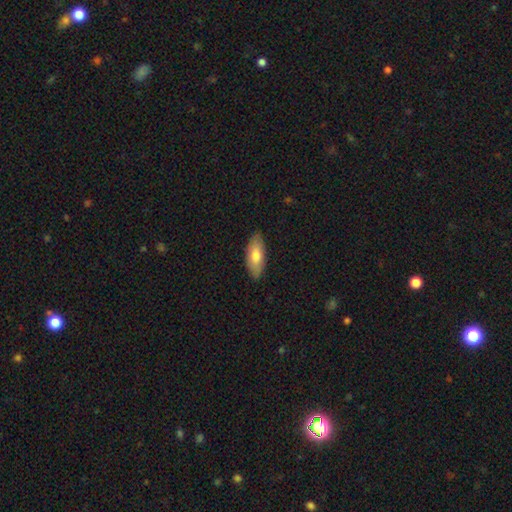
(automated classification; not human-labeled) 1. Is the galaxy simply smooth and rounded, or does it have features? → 73% smooth, 21% featured or disk, 5% star or artifact.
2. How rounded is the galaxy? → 80% in between, 17% cigar-shaped, 2% round.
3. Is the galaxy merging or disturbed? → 86% none, 11% minor disturbance, 2% major disturbance, 1% merger.